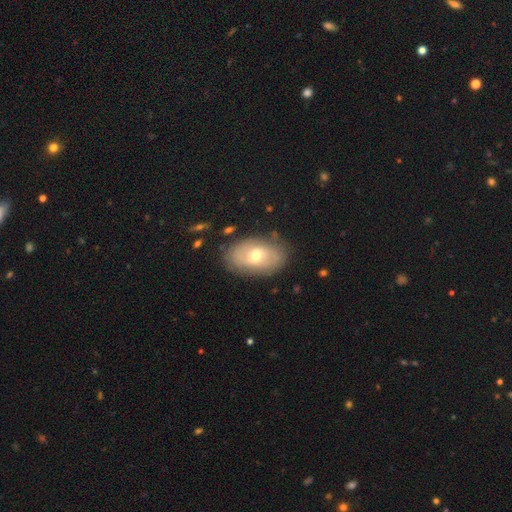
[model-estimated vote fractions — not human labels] This is possibly a featured or disk galaxy (48%). Merging: clearly none (82%).